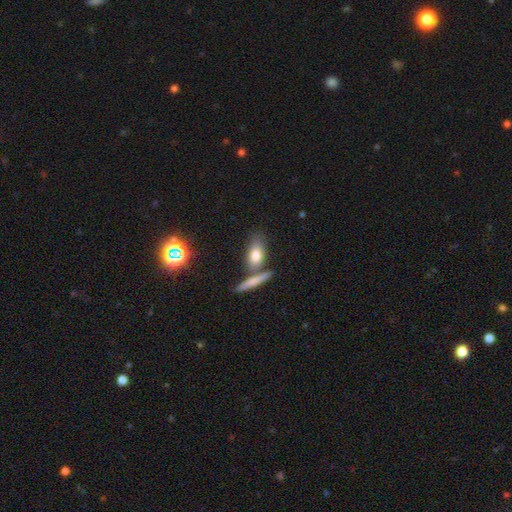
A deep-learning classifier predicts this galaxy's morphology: This appears to be a smooth galaxy with no disk features (74%) that is in between round and cigar-shaped (74%). Merging: none (59%).